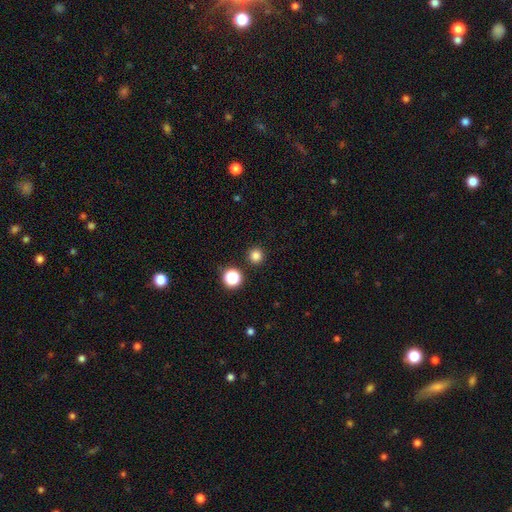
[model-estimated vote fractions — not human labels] Smooth or featured? smooth (82%)
How rounded? round (96%)
Merging? none (91%)